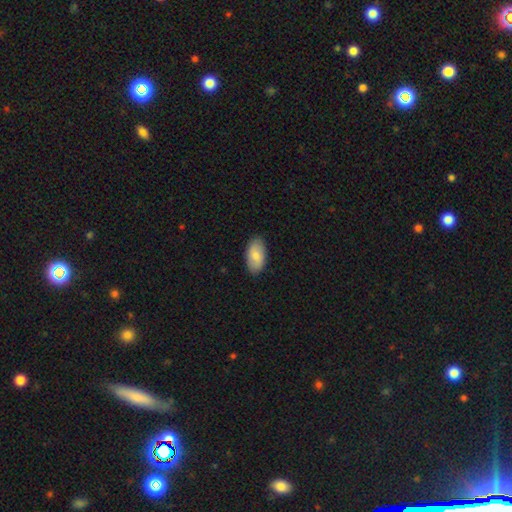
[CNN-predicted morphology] This is likely a smooth galaxy (79%). How rounded: clearly in between (95%). Merging: clearly none (87%).